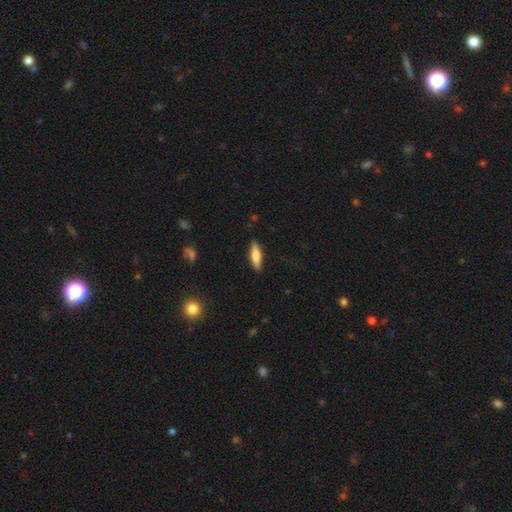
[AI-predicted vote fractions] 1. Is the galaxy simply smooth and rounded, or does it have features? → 70% smooth, 24% featured or disk, 6% star or artifact.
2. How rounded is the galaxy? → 54% cigar-shaped, 44% in between, 2% round.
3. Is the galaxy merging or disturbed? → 87% none, 10% minor disturbance, 2% major disturbance, 1% merger.